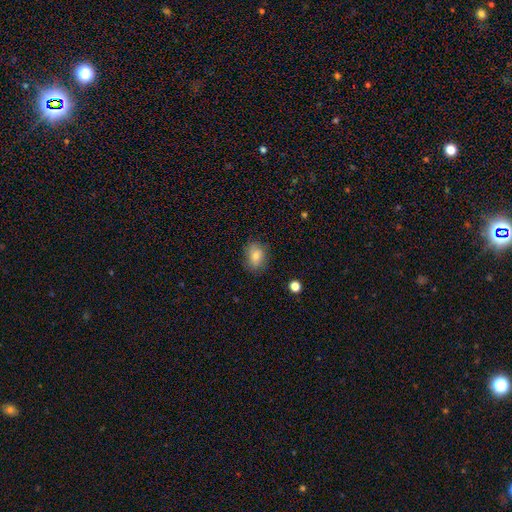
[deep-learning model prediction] A smooth galaxy with no disk features (76%) that is in between round and cigar-shaped (63%). Merging: none (79%).